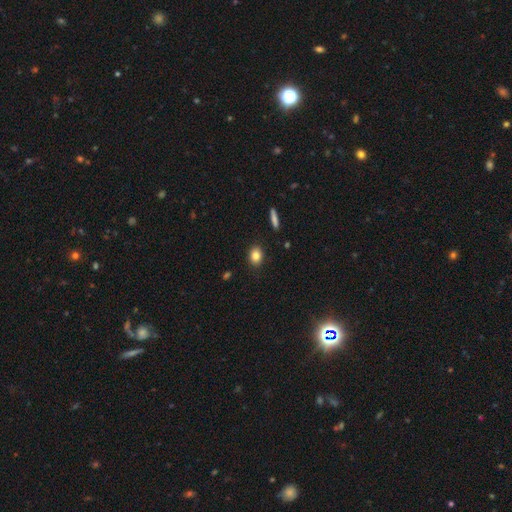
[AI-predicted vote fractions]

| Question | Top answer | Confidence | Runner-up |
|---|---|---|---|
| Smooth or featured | smooth | 84% | star or artifact (9%) |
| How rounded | in between | 60% | round (38%) |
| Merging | none | 88% | minor disturbance (8%) |